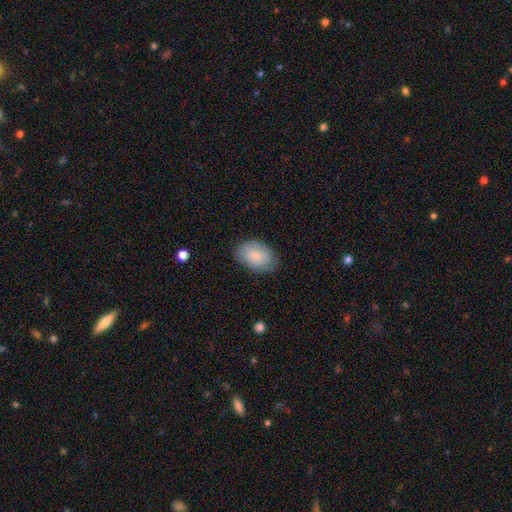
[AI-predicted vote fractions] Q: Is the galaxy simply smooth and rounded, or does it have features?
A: smooth — 77%.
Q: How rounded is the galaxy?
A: in between — 82%.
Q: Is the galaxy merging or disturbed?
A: none — 77%.